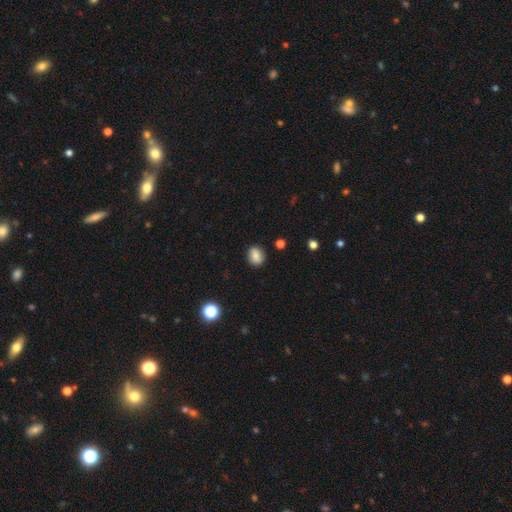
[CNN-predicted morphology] Smooth or featured? smooth (82%)
How rounded? round (54%)
Merging? none (82%)